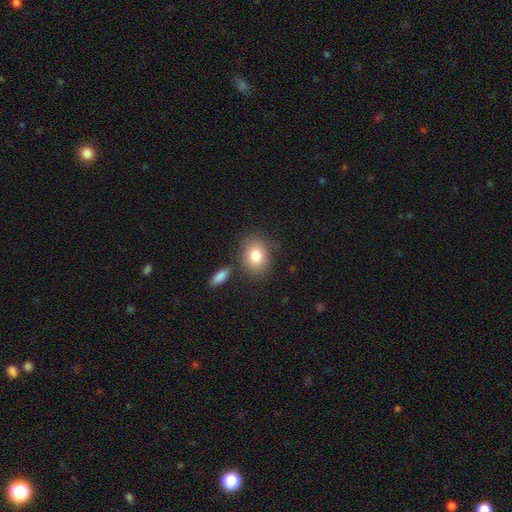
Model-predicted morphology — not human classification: This appears to be a smooth galaxy with no disk features (82%) that is in between round and cigar-shaped (63%). Merging: none (74%).